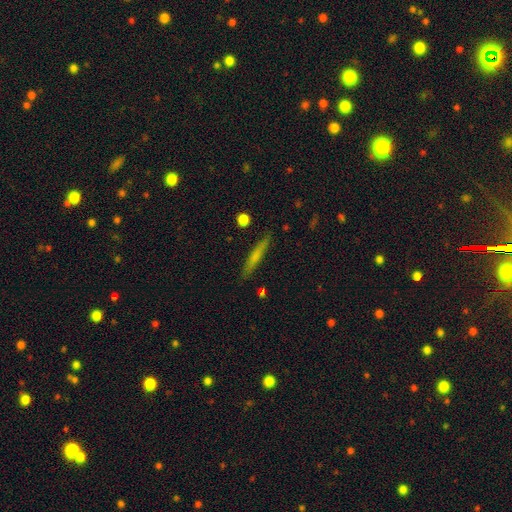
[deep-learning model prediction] smooth 61%, featured or disk 32%, star or artifact 7%. Down the decision tree: how rounded — cigar-shaped (94%); merging — none (87%).